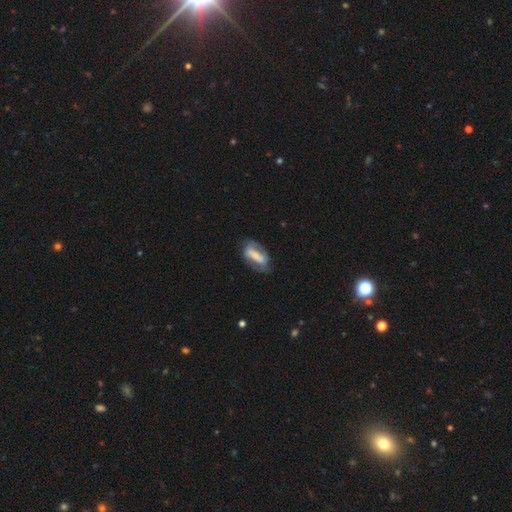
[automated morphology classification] type=featured or disk (56%); edge-on=no (89%); bar=strong (56%); spiral arms=yes (55%); bulge=small (40%); merging=none (60%).